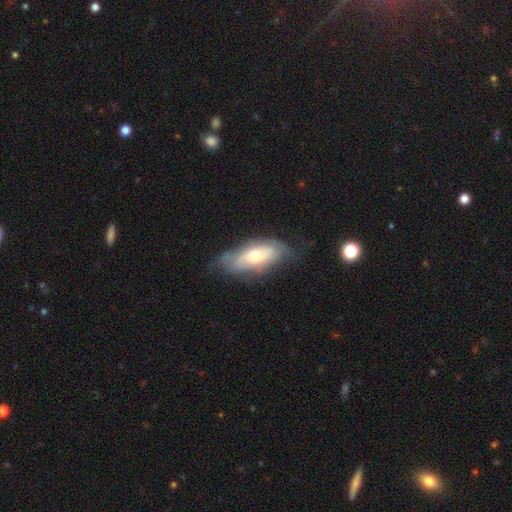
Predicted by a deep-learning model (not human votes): featured or disk 54%, smooth 38%, star or artifact 7%. Down the decision tree: edge-on disk — no (80%); merging — none (65%).